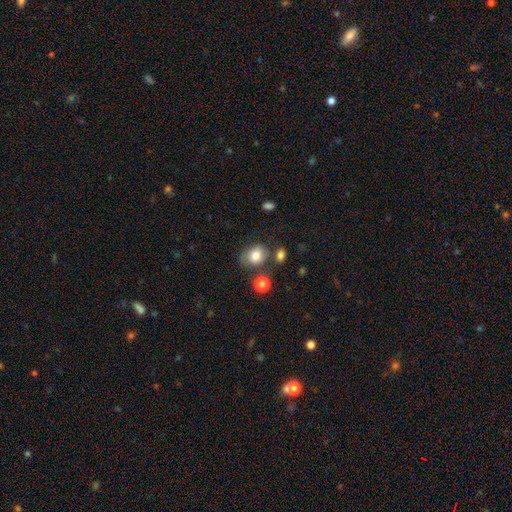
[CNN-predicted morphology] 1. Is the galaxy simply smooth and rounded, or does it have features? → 80% smooth, 10% star or artifact, 9% featured or disk.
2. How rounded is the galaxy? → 54% round, 45% in between, 1% cigar-shaped.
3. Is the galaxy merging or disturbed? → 65% none, 19% minor disturbance, 10% merger, 6% major disturbance.